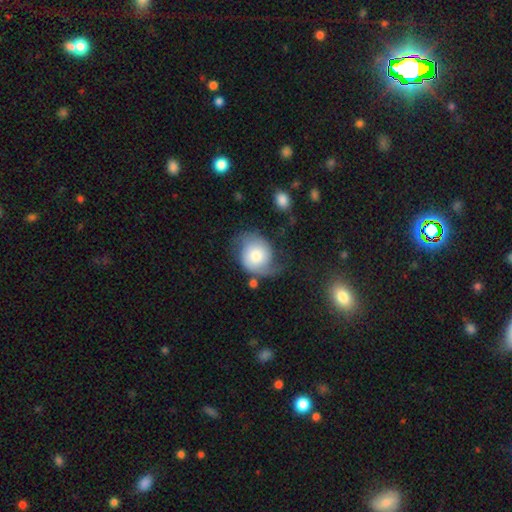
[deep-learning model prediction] This appears to be a featured or disk galaxy (57%) with no bar (74%), spiral arms (88%) and a moderate central bulge (47%). Merging: none (46%).